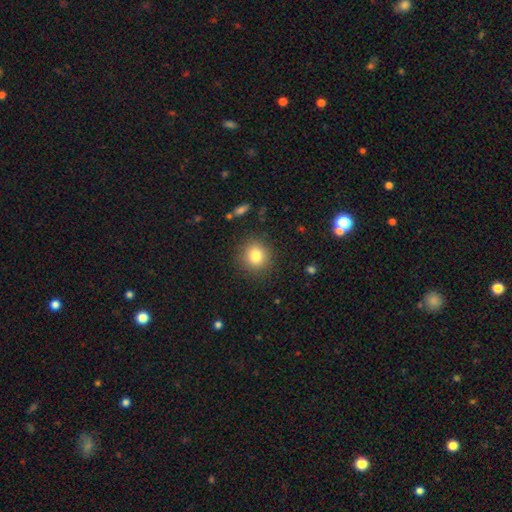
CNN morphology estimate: This appears to be a smooth galaxy with no disk features (82%) that is round (85%). Merging: none (87%).